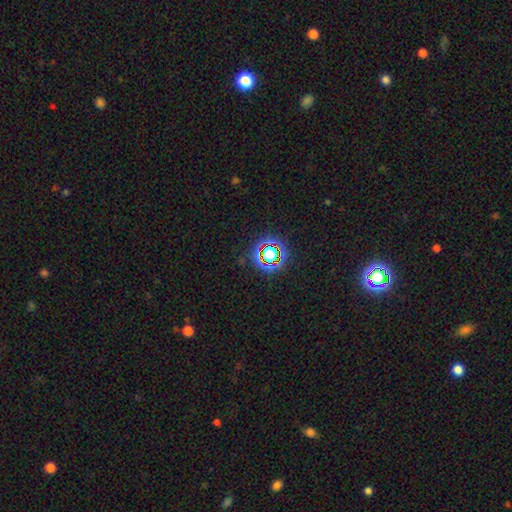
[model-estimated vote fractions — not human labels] This is likely a star or artifact rather than a galaxy (78%).